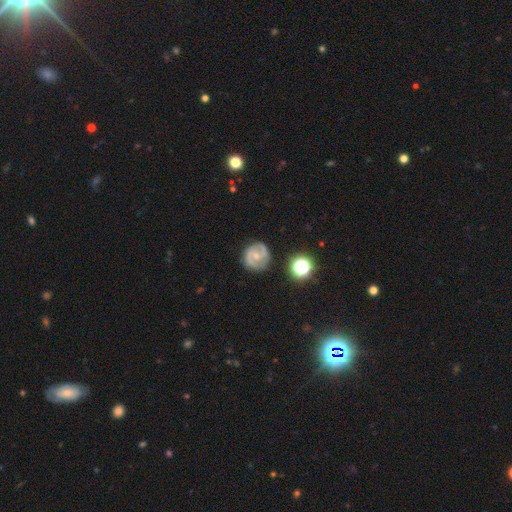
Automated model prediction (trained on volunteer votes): featured or disk 71%, smooth 21%, star or artifact 8%. Down the decision tree: edge-on disk — no (98%); bar — no (54%); spiral arms — yes (89%); spiral arm count — 2 (78%); spiral winding — medium (44%); bulge size — small (64%); merging — none (80%).